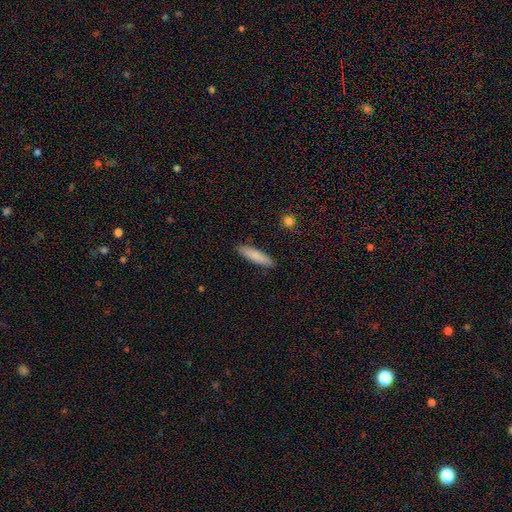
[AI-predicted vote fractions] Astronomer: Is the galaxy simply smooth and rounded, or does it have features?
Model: smooth — 83%.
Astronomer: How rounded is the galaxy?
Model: cigar-shaped — 78%.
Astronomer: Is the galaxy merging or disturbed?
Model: none — 90%.